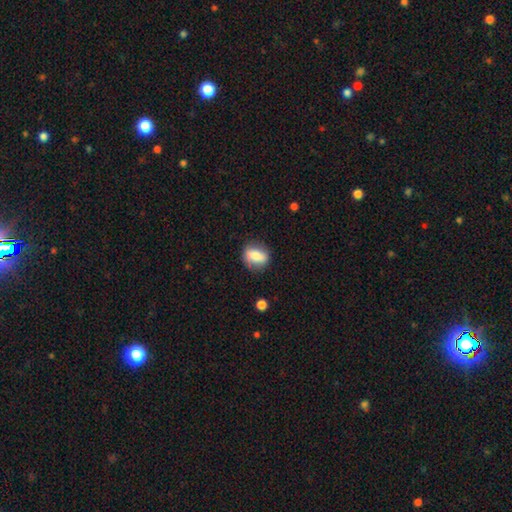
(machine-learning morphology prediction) Overall: smooth (69%). How rounded: in between (59%; round 36%). Merging: none (76%).